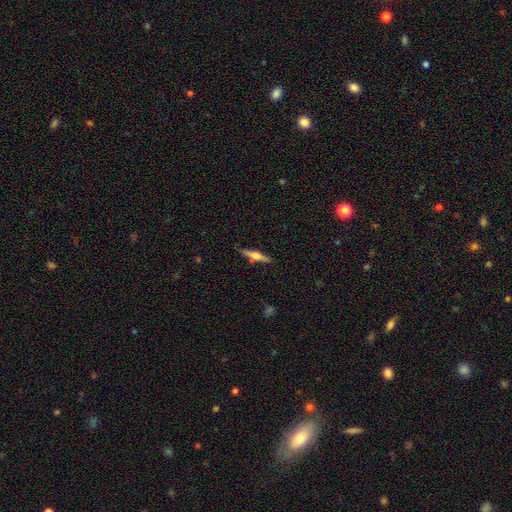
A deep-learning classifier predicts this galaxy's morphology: type=featured or disk (59%); edge-on=yes (97%); edge-on bulge=rounded (84%); merging=none (86%).